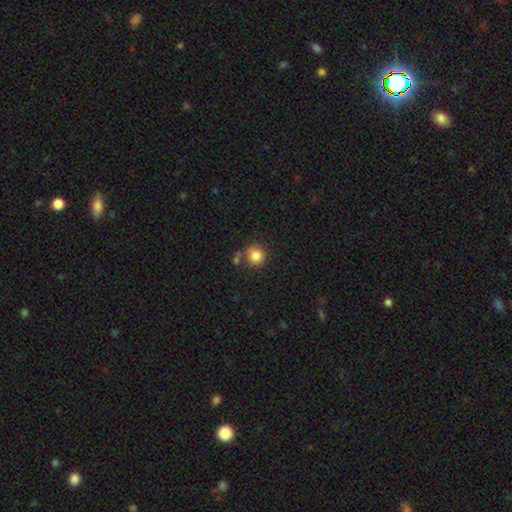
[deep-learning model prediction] Overall: smooth (83%). How rounded: round (93%). Merging: none (73%).